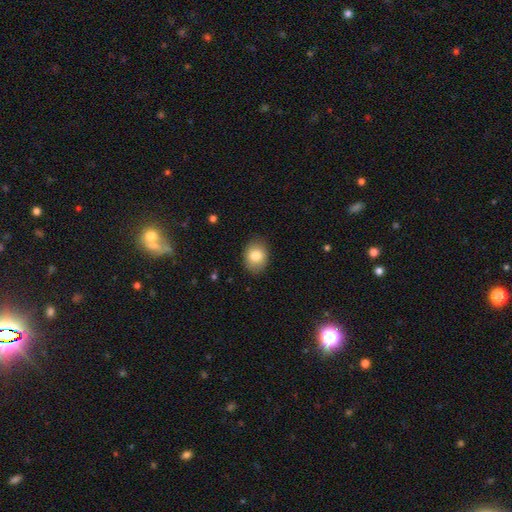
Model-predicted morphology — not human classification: A smooth galaxy with no disk features (82%) that is in between round and cigar-shaped (60%).

Vote fractions:
- Smooth or featured? smooth: 82% / featured or disk: 10% / star or artifact: 8%
- How rounded? in between: 60% / round: 39% / cigar-shaped: 1%
- Merging? none: 86% / minor disturbance: 11% / major disturbance: 2% / merger: 1%